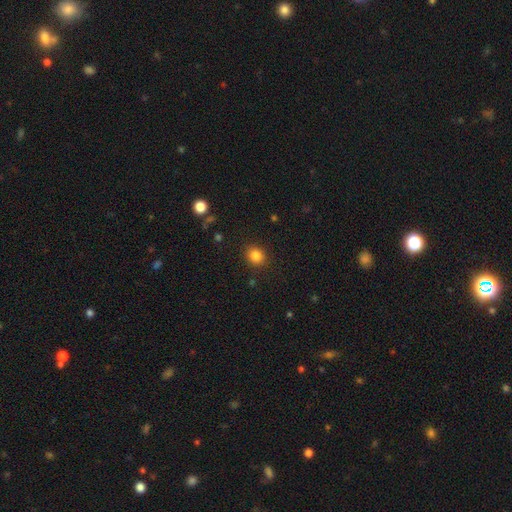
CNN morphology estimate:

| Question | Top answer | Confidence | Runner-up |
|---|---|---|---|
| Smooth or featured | smooth | 83% | star or artifact (11%) |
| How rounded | round | 71% | in between (28%) |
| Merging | none | 89% | minor disturbance (8%) |